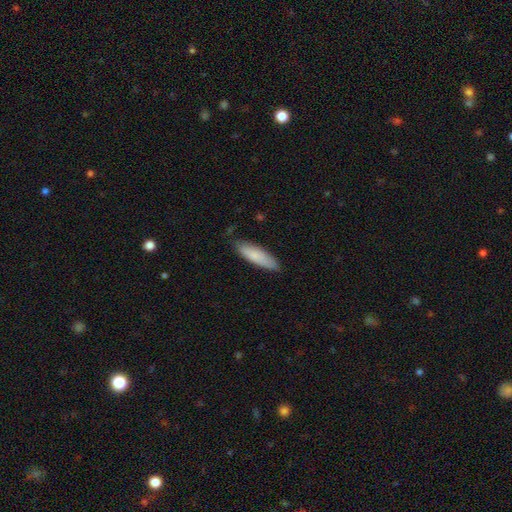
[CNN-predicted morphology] Q: Smooth or featured?
A: smooth (81%); runner-up: featured or disk (13%)
Q: How rounded?
A: cigar-shaped (60%); runner-up: in between (38%)
Q: Merging?
A: none (80%); runner-up: minor disturbance (16%)